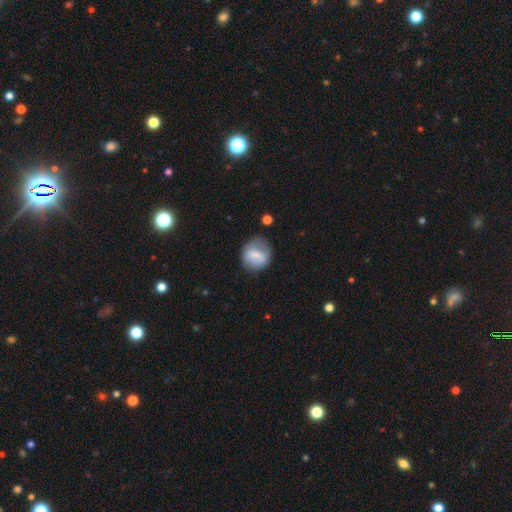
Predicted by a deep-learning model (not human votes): A smooth galaxy with no disk features (63%) that is round (75%).

Vote fractions:
- Smooth or featured? smooth: 63% / featured or disk: 29% / star or artifact: 8%
- How rounded? round: 75% / in between: 23% / cigar-shaped: 2%
- Merging? none: 66% / minor disturbance: 22% / major disturbance: 9% / merger: 3%